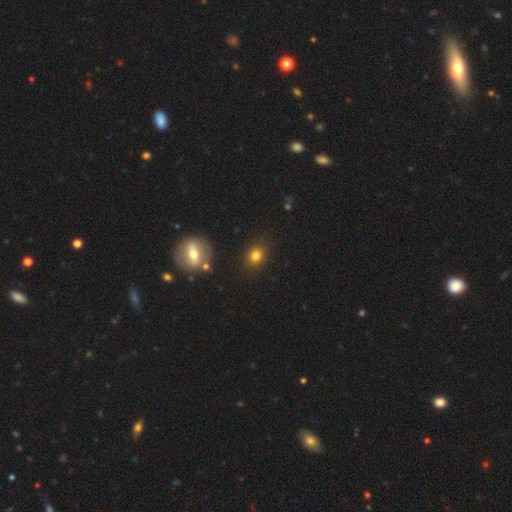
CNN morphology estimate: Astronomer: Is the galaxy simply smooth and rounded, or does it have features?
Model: smooth — 79%.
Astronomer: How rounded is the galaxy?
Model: round — 63%.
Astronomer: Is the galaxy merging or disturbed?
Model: none — 86%.